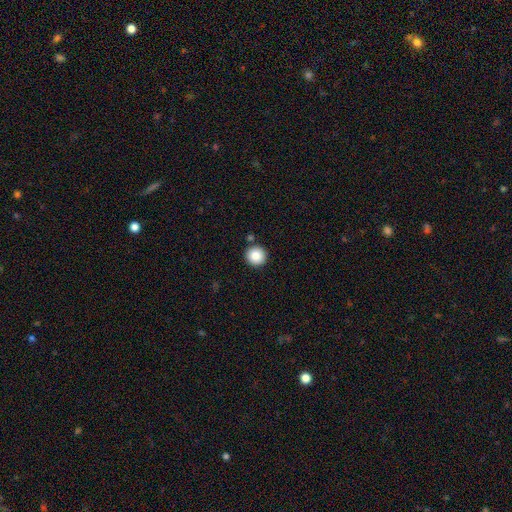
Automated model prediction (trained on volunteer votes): The model was most divided on "smooth or featured": smooth: 87%, star or artifact: 9%, featured or disk: 4%. More confident: how rounded — round (95%); merging — none (88%).